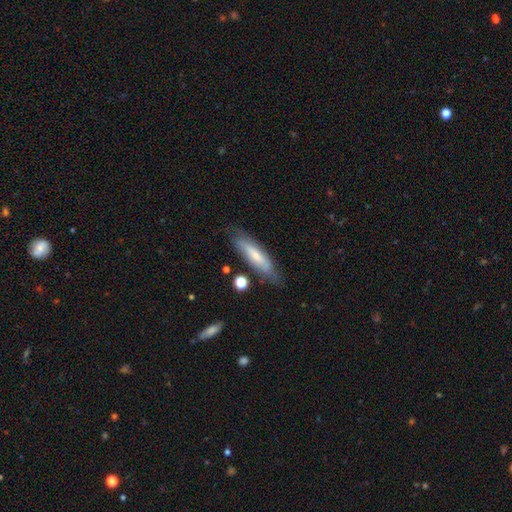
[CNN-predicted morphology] type=smooth (58%); roundness=cigar-shaped (72%); merging=none (74%).